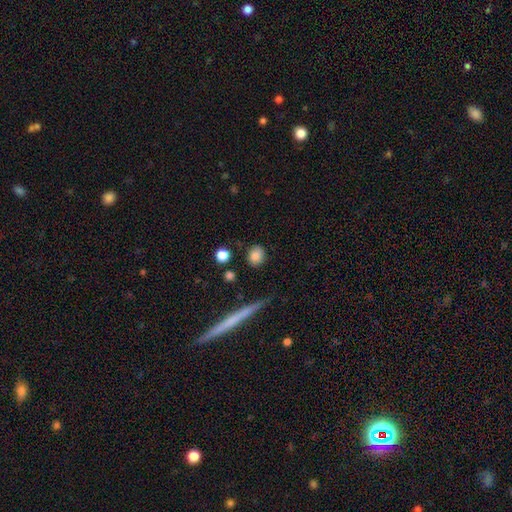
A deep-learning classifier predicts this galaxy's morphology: Smooth or featured?
  - smooth: 82% *
  - featured or disk: 9%
  - star or artifact: 9%
How rounded?
  - round: 68% *
  - in between: 30%
  - cigar-shaped: 3%
Merging?
  - none: 85% *
  - minor disturbance: 9%
  - merger: 3%
  - major disturbance: 3%